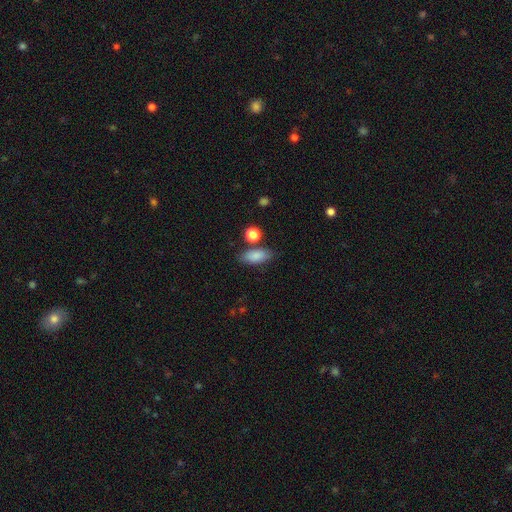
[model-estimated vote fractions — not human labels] Smooth or featured? Predicted: smooth (p=0.84). How rounded? Predicted: in between (p=0.81). Merging? Predicted: none (p=0.74).